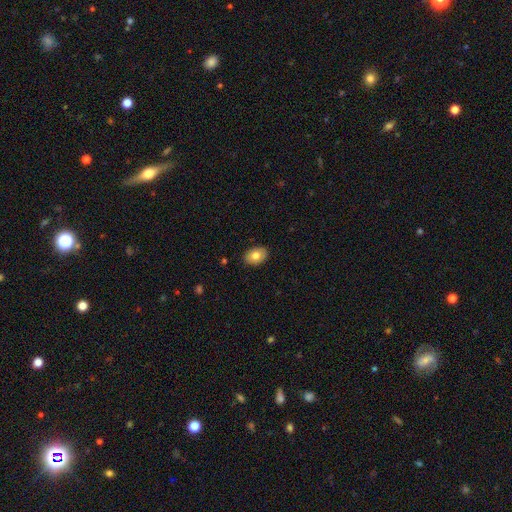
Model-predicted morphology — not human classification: Overall: smooth (79%). How rounded: in between (80%). Merging: none (88%).